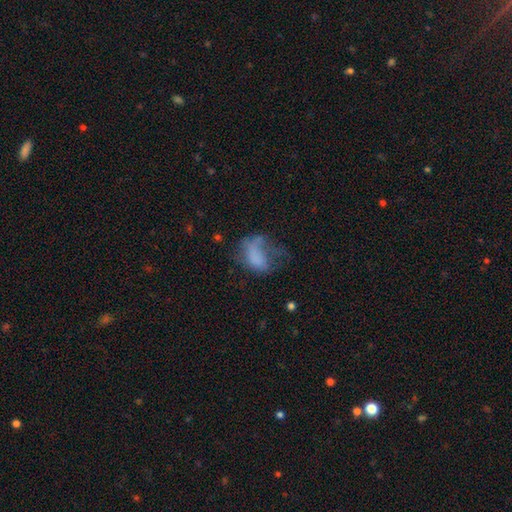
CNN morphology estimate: Q: Smooth or featured?
A: smooth (54%); runner-up: featured or disk (34%)
Q: How rounded?
A: in between (83%); runner-up: round (15%)
Q: Merging?
A: major disturbance (54%); runner-up: none (21%)